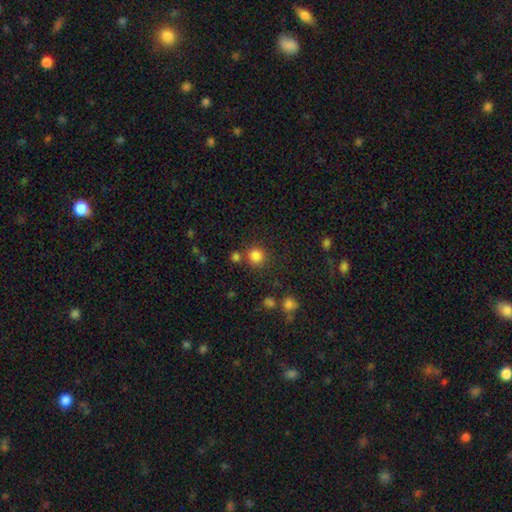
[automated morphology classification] Q: Smooth or featured?
A: smooth (83%); runner-up: star or artifact (13%)
Q: How rounded?
A: round (91%); runner-up: in between (8%)
Q: Merging?
A: none (76%); runner-up: merger (11%)